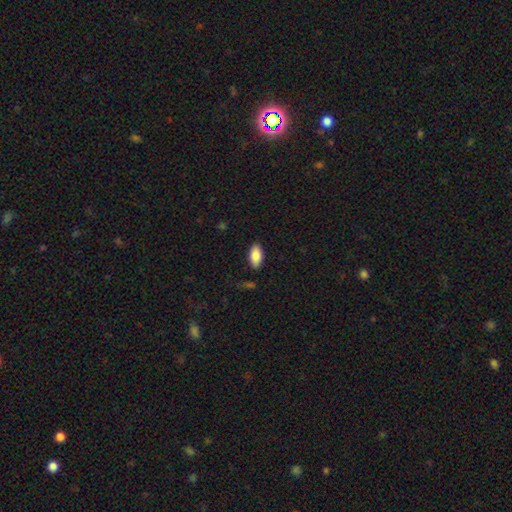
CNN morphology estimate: Smooth or featured? smooth (85%)
How rounded? in between (93%)
Merging? none (87%)